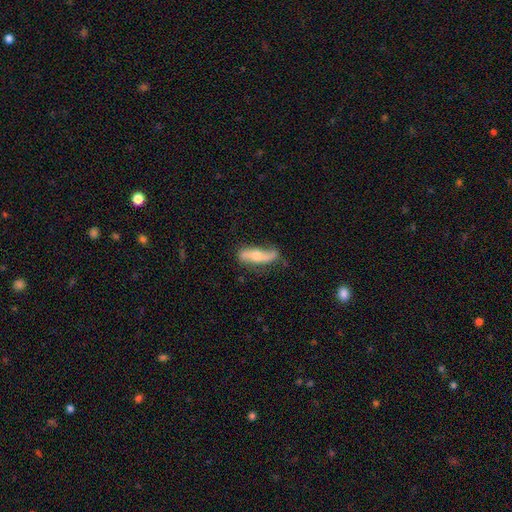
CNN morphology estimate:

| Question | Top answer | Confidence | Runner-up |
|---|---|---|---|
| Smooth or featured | featured or disk | 63% | smooth (30%) |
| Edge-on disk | no | 69% | yes (31%) |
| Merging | none | 66% | minor disturbance (24%) |